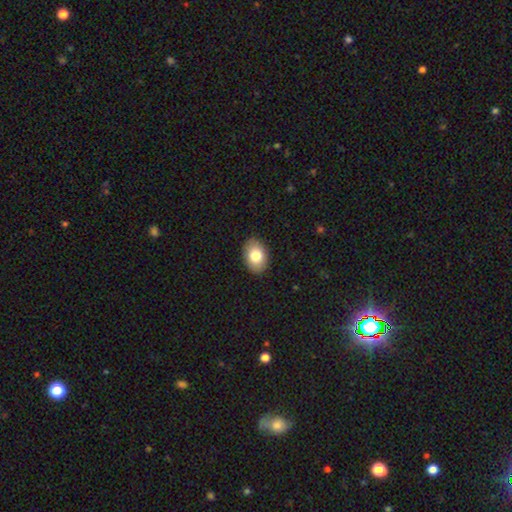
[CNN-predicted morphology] Overall: smooth (81%). How rounded: in between (84%). Merging: none (89%).